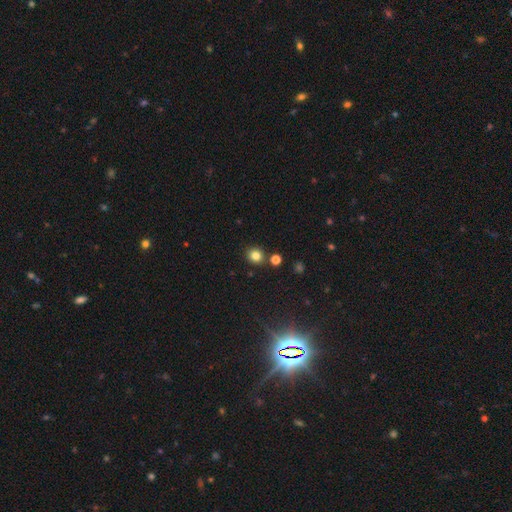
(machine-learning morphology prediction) Smooth or featured: smooth — 81% (star or artifact — 13%)
How rounded: round — 86% (in between — 13%)
Merging: none — 83% (minor disturbance — 8%)